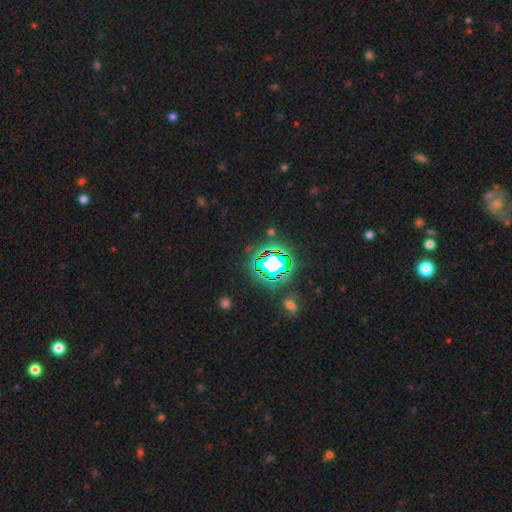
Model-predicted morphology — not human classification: The model was most divided on "smooth or featured": star or artifact: 84%, smooth: 10%, featured or disk: 6%.